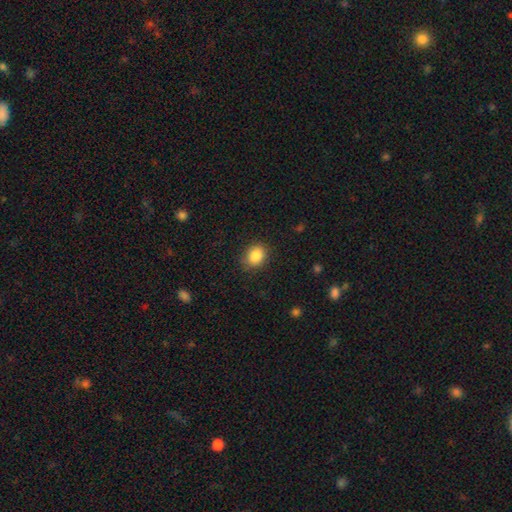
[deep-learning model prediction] A smooth galaxy with no disk features (86%) that is round (52%).

Vote fractions:
- Smooth or featured? smooth: 86% / star or artifact: 9% / featured or disk: 5%
- How rounded? round: 52% / in between: 47% / cigar-shaped: 1%
- Merging? none: 85% / minor disturbance: 11% / major disturbance: 3% / merger: 1%